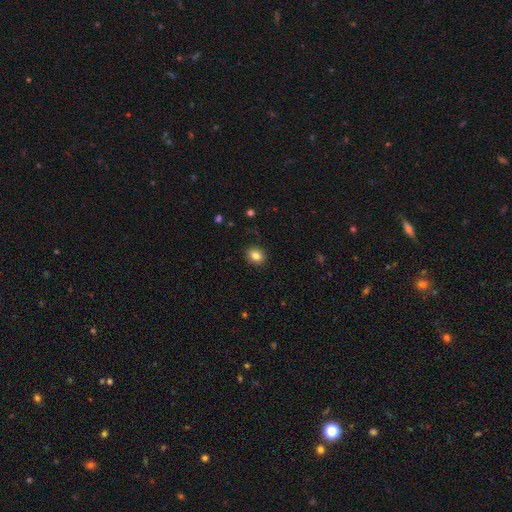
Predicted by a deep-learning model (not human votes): smooth 84%, star or artifact 10%, featured or disk 6%. Down the decision tree: how rounded — round (63%); merging — none (90%).